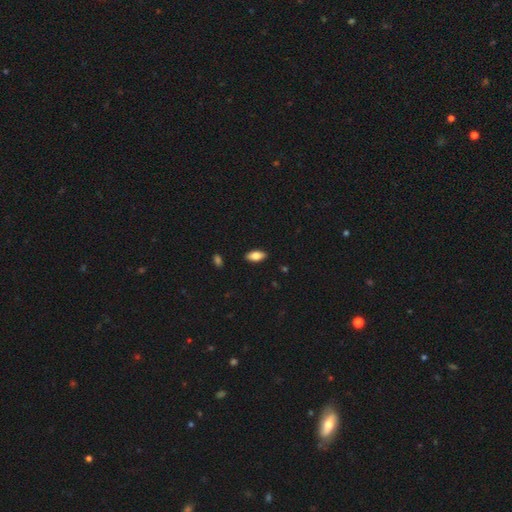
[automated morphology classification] smooth-or-featured: smooth: 79% | featured or disk: 14% | star or artifact: 7%
  how-rounded: in between: 89% | cigar-shaped: 9% | round: 2%
  merging: none: 89% | minor disturbance: 8% | major disturbance: 2% | merger: 1%